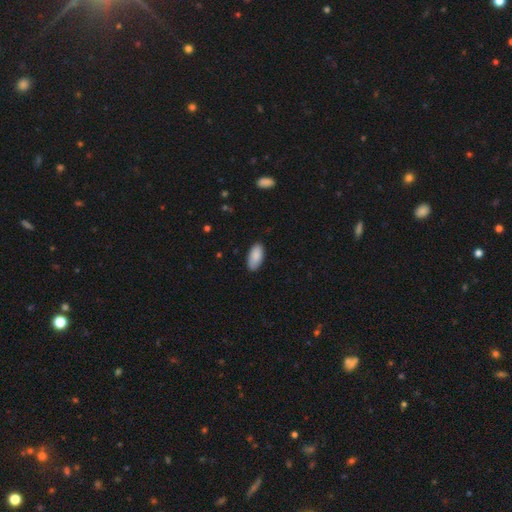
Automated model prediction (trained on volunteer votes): The model was most divided on "merging": none: 86%, minor disturbance: 11%, major disturbance: 2%, merger: 1%. More confident: how rounded — in between (93%); smooth or featured — smooth (88%).